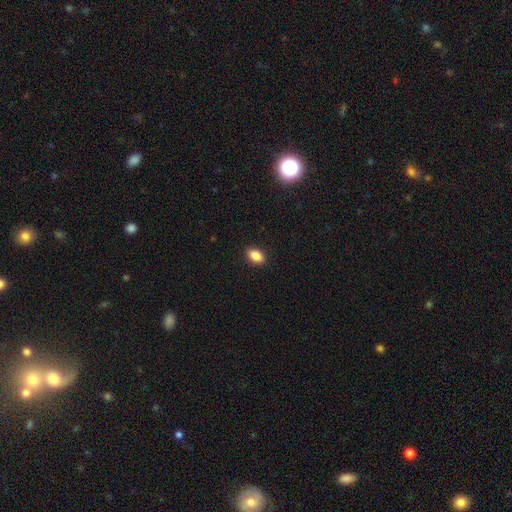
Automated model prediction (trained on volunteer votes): A smooth galaxy with no disk features (87%) that is in between round and cigar-shaped (85%). Merging: none (90%).